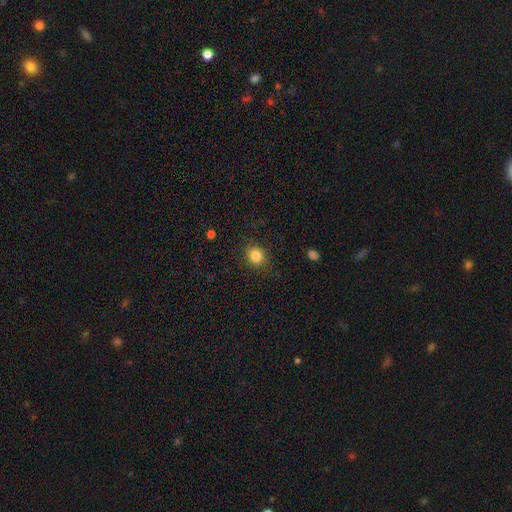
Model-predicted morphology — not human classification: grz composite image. It shows a smooth galaxy with no disk features (83%) that is round (73%). Merging: none (87%).